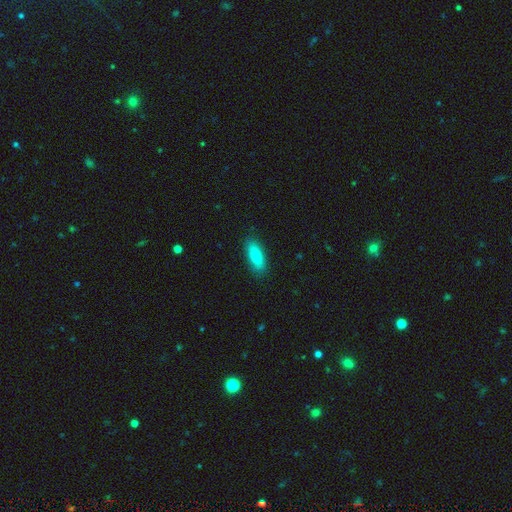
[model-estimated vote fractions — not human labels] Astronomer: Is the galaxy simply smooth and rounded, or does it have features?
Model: smooth — 80%.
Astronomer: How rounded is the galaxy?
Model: in between — 59% (runner-up: cigar-shaped, 39%).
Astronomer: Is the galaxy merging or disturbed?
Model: none — 88%.